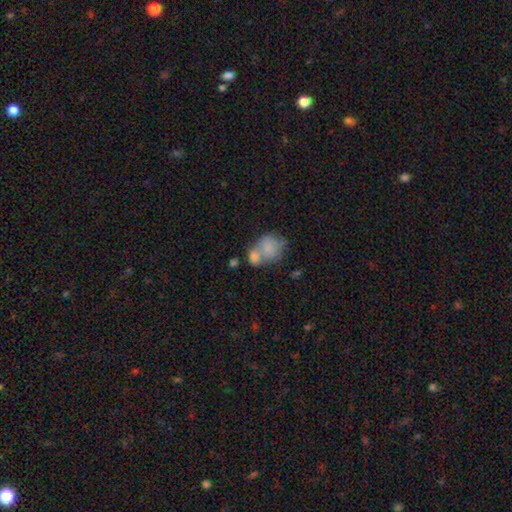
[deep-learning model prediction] smooth_or_featured: smooth (p=0.74) [alt: featured or disk p=0.18]
how_rounded: round (p=0.59) [alt: in between p=0.40]
merging: merger (p=0.57) [alt: none p=0.25]